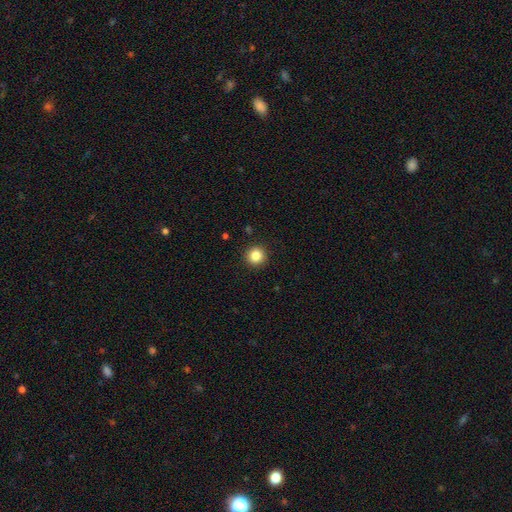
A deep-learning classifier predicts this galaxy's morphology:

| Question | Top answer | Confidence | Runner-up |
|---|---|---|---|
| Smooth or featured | smooth | 85% | star or artifact (11%) |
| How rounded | round | 95% | in between (4%) |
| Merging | none | 92% | minor disturbance (5%) |